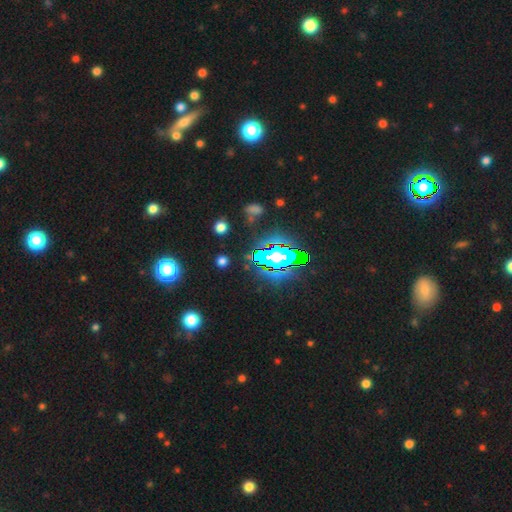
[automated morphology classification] Overall: star or artifact (74%).